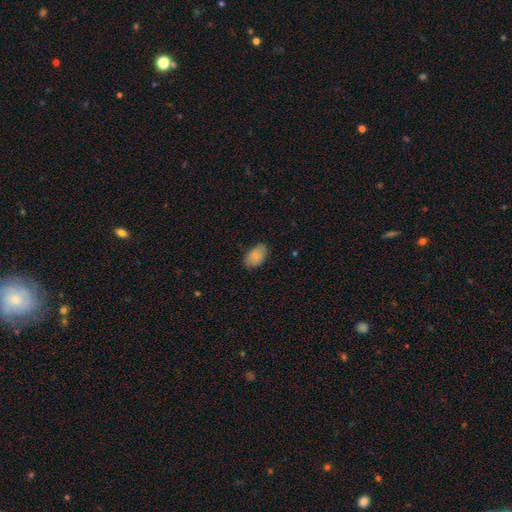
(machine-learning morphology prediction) The model was most divided on "merging": none: 79%, minor disturbance: 18%, major disturbance: 3%, merger: 1%. More confident: how rounded — in between (90%); smooth or featured — smooth (83%).